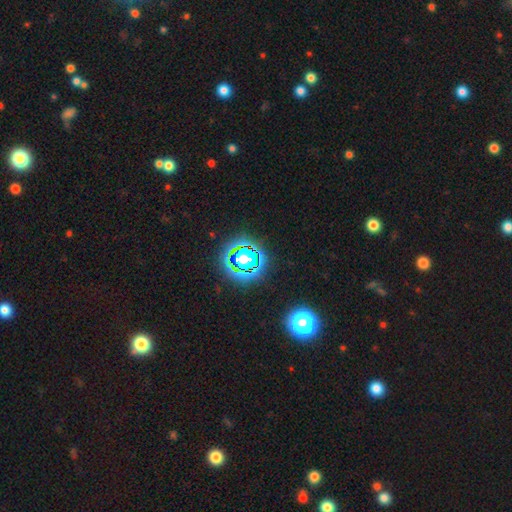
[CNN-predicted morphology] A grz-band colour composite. It shows a star or artifact, not a galaxy (81%).